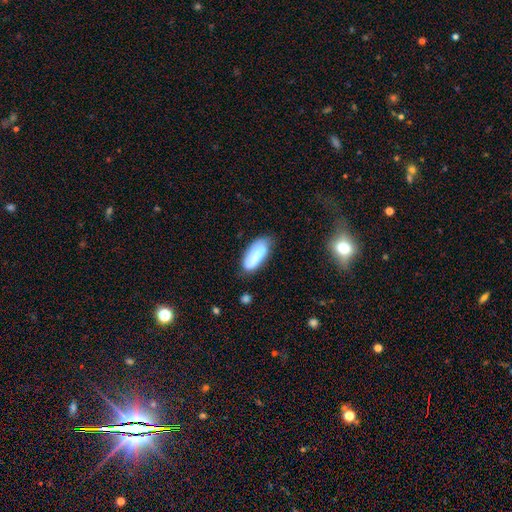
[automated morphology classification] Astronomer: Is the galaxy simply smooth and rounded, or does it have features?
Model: smooth — 75%.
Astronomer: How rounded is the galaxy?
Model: in between — 85%.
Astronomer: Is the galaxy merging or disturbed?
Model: none — 66%.